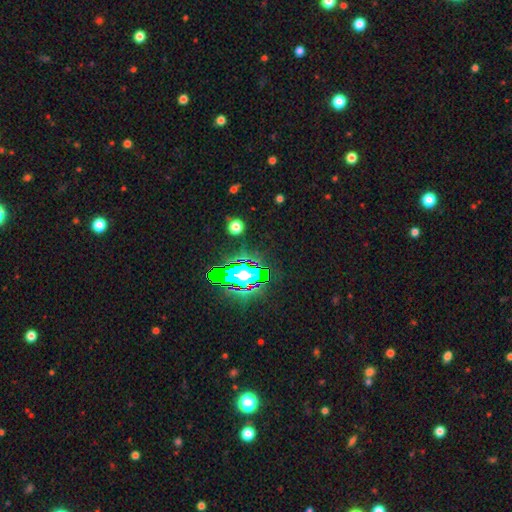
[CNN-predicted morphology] Smooth or featured: star or artifact — 82% (smooth — 10%)